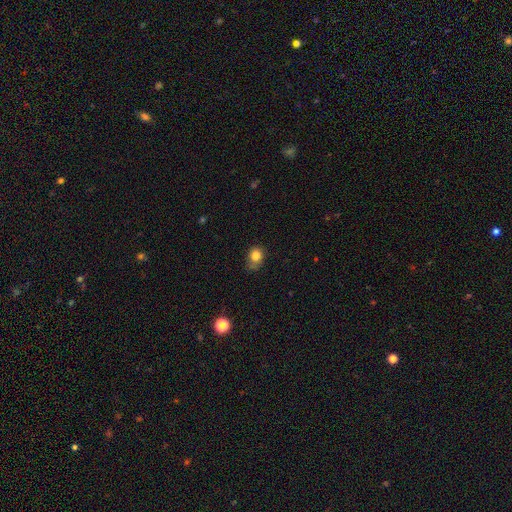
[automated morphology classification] Smooth or featured?
  - smooth: 82% *
  - star or artifact: 11%
  - featured or disk: 7%
How rounded?
  - round: 67% *
  - in between: 32%
  - cigar-shaped: 1%
Merging?
  - none: 53% *
  - minor disturbance: 33%
  - major disturbance: 11%
  - merger: 3%